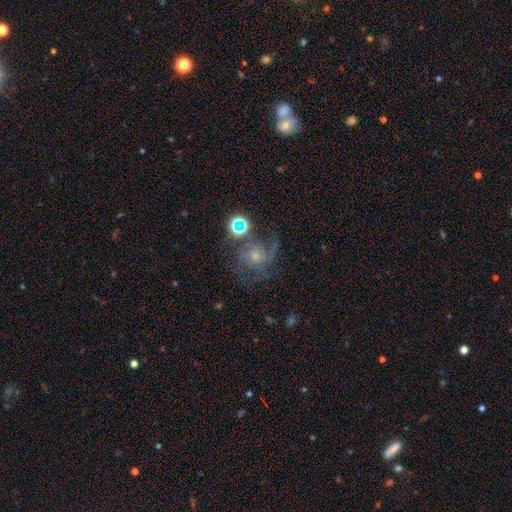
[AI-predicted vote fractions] Smooth or featured?
  - featured or disk: 51% *
  - smooth: 32%
  - star or artifact: 18%
Edge-on disk?
  - no: 97% *
  - yes: 3%
Merging?
  - none: 39% *
  - major disturbance: 33%
  - minor disturbance: 20%
  - merger: 7%